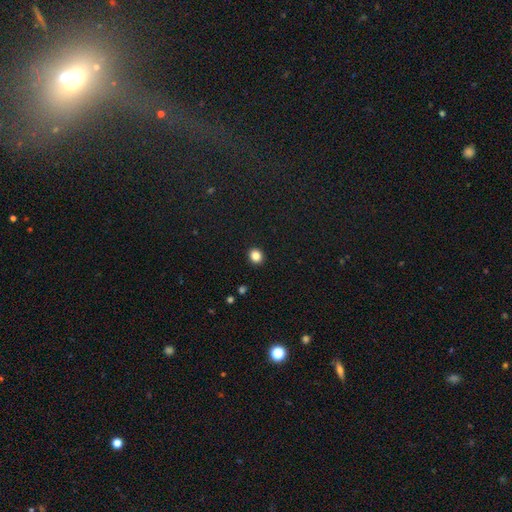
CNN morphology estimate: smooth-or-featured: smooth: 84% | star or artifact: 11% | featured or disk: 4%
  how-rounded: round: 80% | in between: 19% | cigar-shaped: 1%
  merging: none: 92% | minor disturbance: 5% | major disturbance: 2% | merger: 1%